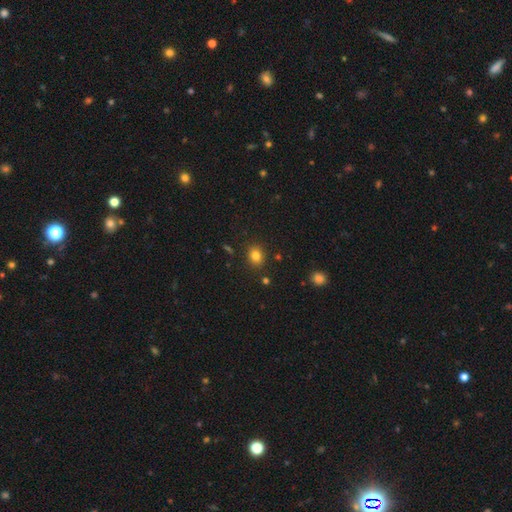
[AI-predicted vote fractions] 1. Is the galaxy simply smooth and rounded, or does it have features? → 82% smooth, 12% star or artifact, 6% featured or disk.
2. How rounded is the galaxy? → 56% round, 43% in between, 1% cigar-shaped.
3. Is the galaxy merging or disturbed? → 87% none, 9% minor disturbance, 2% major disturbance, 2% merger.